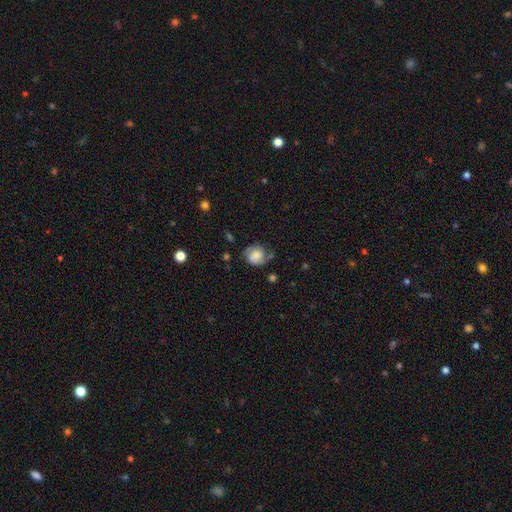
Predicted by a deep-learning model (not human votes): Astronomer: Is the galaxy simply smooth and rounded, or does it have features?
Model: smooth — 58% (runner-up: featured or disk, 33%).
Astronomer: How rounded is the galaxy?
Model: round — 74%.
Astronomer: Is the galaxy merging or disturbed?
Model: none — 57%.